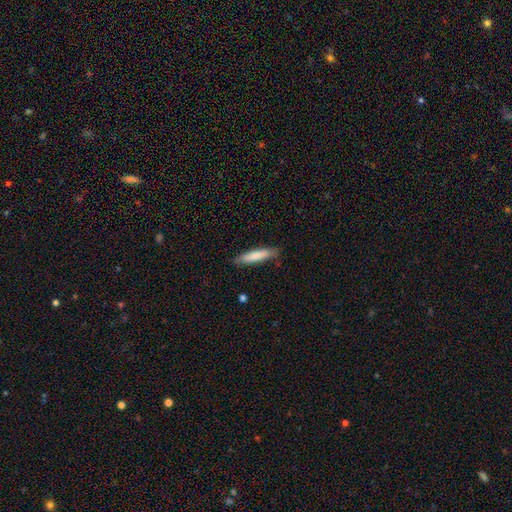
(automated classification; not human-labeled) Smooth or featured? smooth (79%)
How rounded? cigar-shaped (85%)
Merging? none (85%)